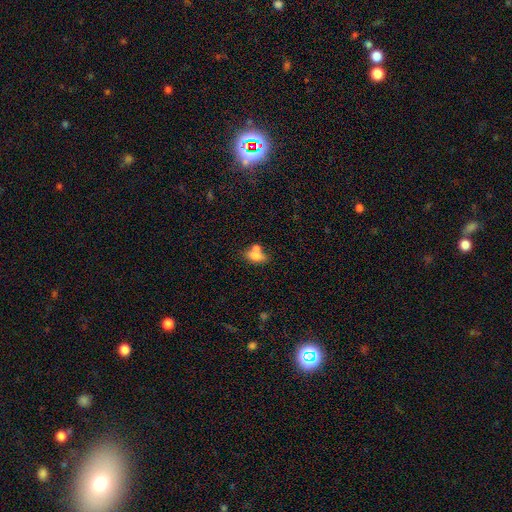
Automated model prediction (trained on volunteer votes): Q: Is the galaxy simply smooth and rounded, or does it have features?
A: smooth — 68%.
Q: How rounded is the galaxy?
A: in between — 77%.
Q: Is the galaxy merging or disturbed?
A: merger — 45%.